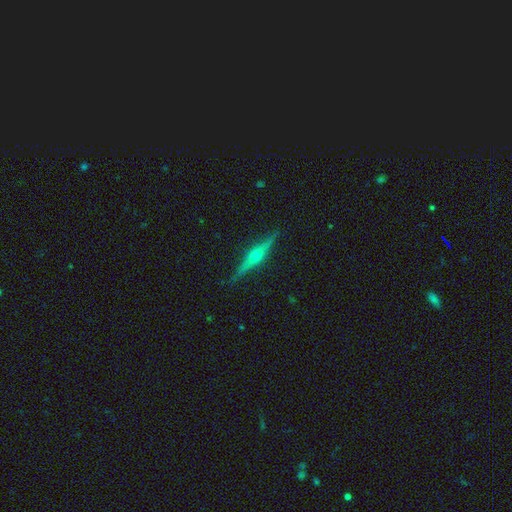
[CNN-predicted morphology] The model was most divided on "smooth or featured": featured or disk: 79%, smooth: 13%, star or artifact: 8%. More confident: edge-on disk — yes (98%); merging — none (90%); edge-on bulge — rounded (87%).